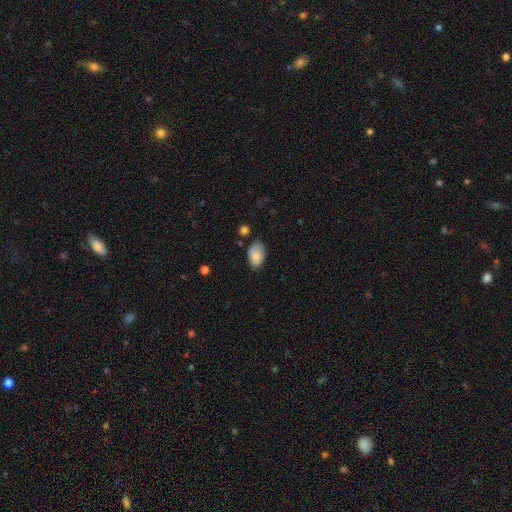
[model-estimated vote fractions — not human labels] Overall: smooth (84%). How rounded: in between (91%). Merging: none (67%).